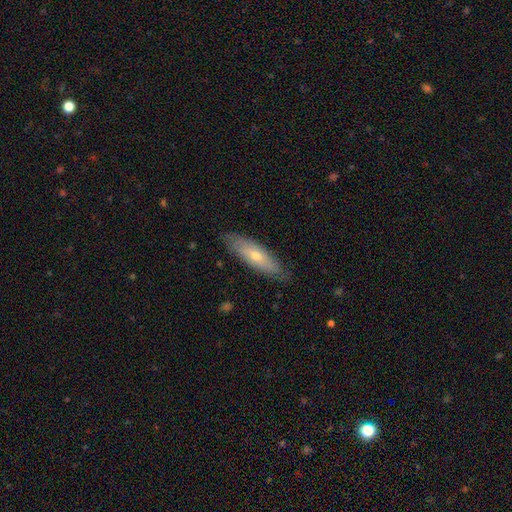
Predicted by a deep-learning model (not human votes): The model was most divided on "smooth or featured": smooth: 53%, featured or disk: 41%, star or artifact: 6%. More confident: merging — none (82%); how rounded — cigar-shaped (58%).